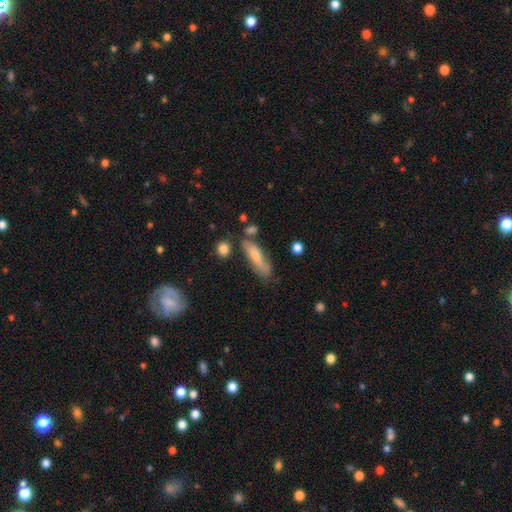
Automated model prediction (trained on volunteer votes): smooth 68%, featured or disk 25%, star or artifact 7%. Down the decision tree: how rounded — cigar-shaped (59%); merging — none (59%).